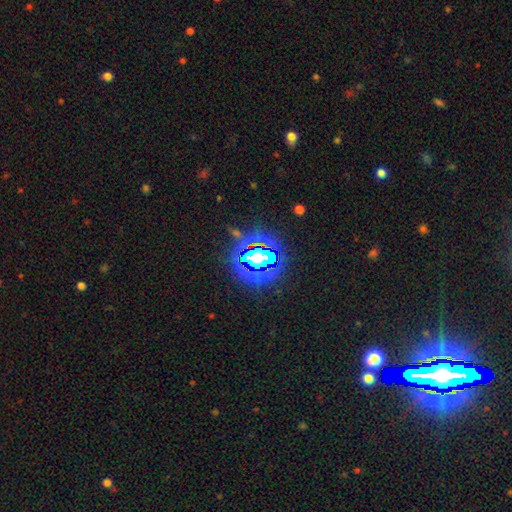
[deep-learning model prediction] smooth_or_featured: star or artifact (p=0.68) [alt: smooth p=0.19]